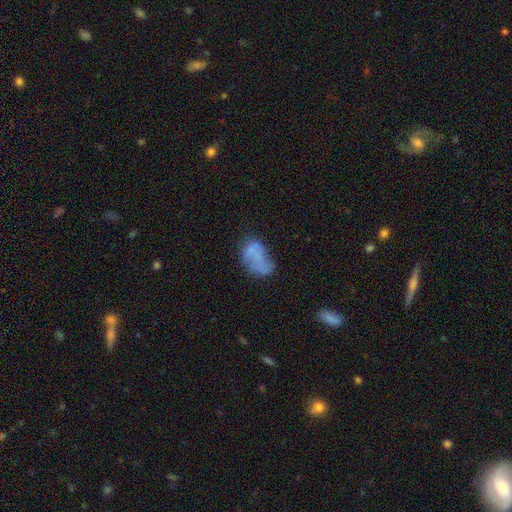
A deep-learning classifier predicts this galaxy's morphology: The model was most divided on "smooth or featured": smooth: 48%, featured or disk: 40%, star or artifact: 12%. Remaining: merging — none (35%).